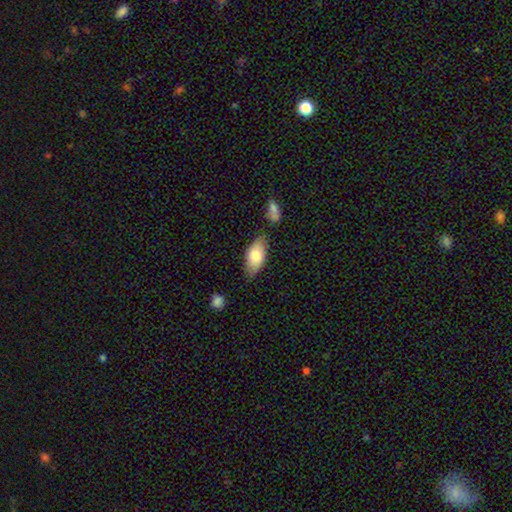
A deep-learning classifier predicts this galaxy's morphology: Smooth or featured? Predicted: smooth (p=0.77). How rounded? Predicted: in between (p=0.90). Merging? Predicted: none (p=0.72).